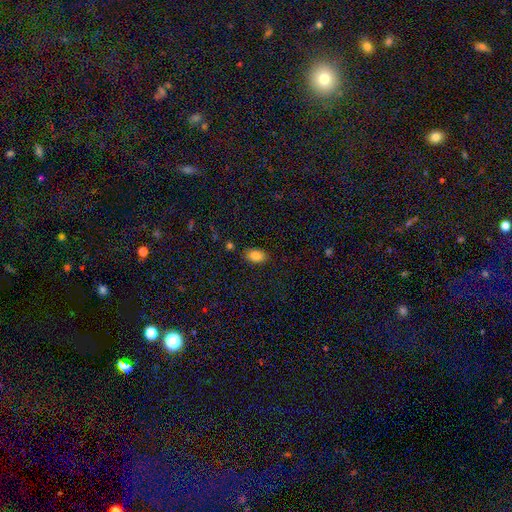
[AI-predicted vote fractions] A smooth galaxy with no disk features (84%) that is in between round and cigar-shaped (88%). Merging: none (82%).